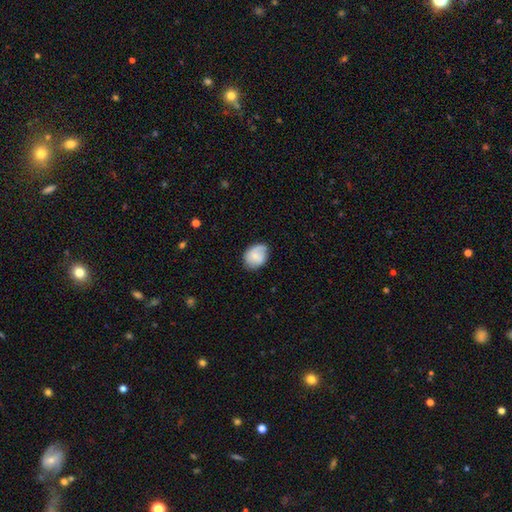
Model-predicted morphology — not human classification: This is likely a smooth galaxy (65%). How rounded: possibly in between (59%). Merging: likely none (64%).